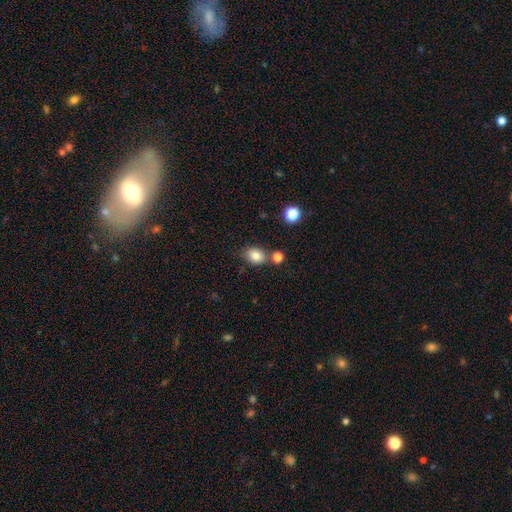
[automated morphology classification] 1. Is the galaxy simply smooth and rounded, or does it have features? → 83% smooth, 10% star or artifact, 7% featured or disk.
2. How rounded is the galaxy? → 62% in between, 37% round, 1% cigar-shaped.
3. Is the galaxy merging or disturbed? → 67% none, 15% merger, 14% minor disturbance, 4% major disturbance.